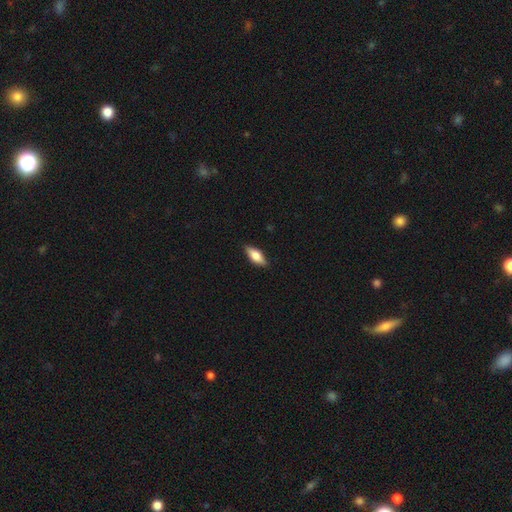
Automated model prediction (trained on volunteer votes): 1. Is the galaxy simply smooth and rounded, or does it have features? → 68% smooth, 26% featured or disk, 6% star or artifact.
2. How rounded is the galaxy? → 70% in between, 27% cigar-shaped, 3% round.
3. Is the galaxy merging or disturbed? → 86% none, 11% minor disturbance, 2% major disturbance, 1% merger.